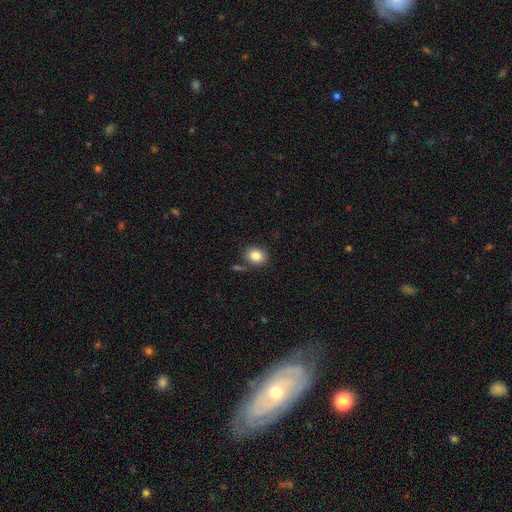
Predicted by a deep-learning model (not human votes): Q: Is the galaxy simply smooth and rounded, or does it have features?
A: smooth — 84%.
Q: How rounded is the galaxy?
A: round — 59%.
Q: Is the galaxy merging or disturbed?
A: none — 76%.